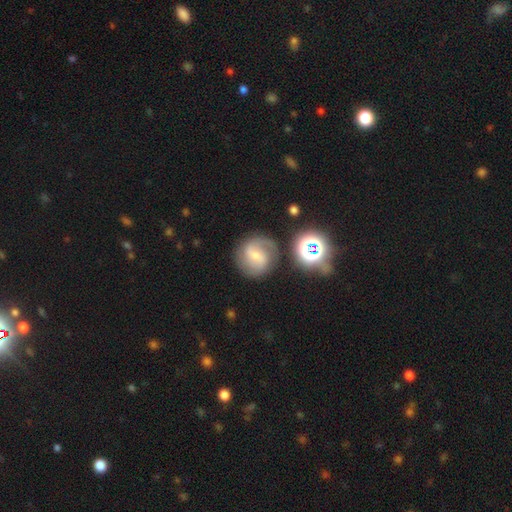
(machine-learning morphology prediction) A featured or disk galaxy (70%) with a weak bar (51%), 2 (80%) medium (48%) spiral arms (93%) and a small central bulge (58%). Merging: none (77%).